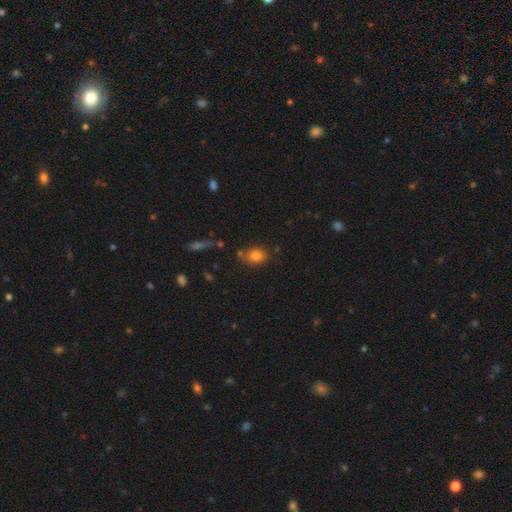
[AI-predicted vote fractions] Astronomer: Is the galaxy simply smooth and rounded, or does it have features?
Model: smooth — 80%.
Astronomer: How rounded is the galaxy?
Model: in between — 61% (runner-up: round, 37%).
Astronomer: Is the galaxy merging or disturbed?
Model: none — 69%.